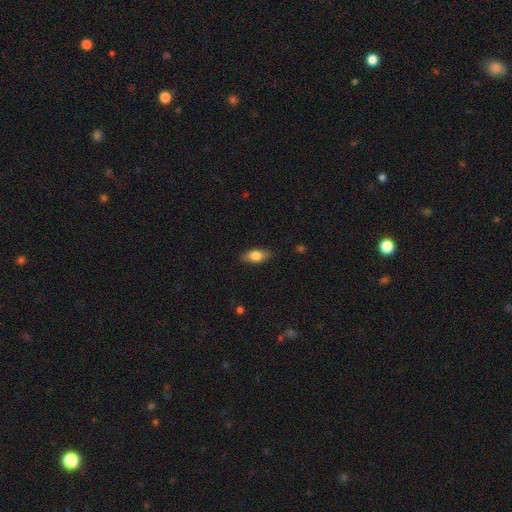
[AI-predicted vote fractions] Smooth or featured: smooth — 76% (featured or disk — 17%)
How rounded: in between — 82% (cigar-shaped — 13%)
Merging: none — 83% (minor disturbance — 13%)